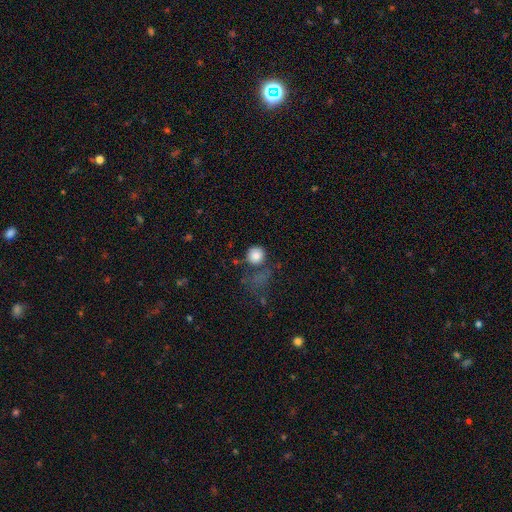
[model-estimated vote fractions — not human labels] Smooth or featured?
  - smooth: 84% *
  - star or artifact: 10%
  - featured or disk: 7%
How rounded?
  - round: 89% *
  - in between: 9%
  - cigar-shaped: 1%
Merging?
  - none: 60% *
  - minor disturbance: 16%
  - major disturbance: 14%
  - merger: 10%